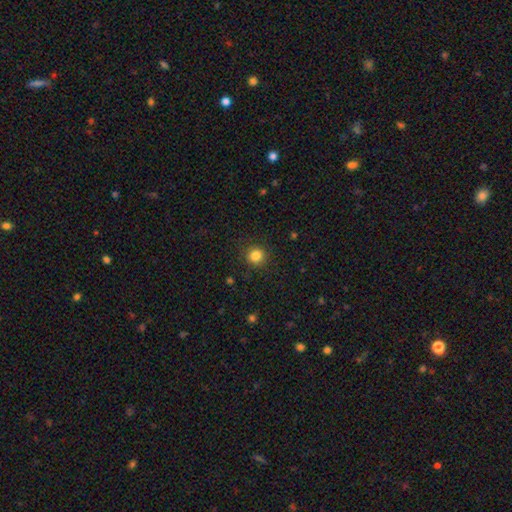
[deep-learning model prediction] Morphology: type=smooth (84%); roundness=round (93%); merging=none (90%).